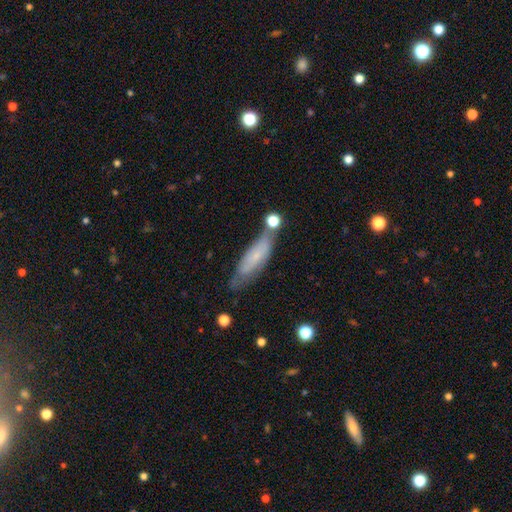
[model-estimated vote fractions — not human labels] Smooth or featured: smooth — 56% (featured or disk — 36%)
How rounded: cigar-shaped — 57% (in between — 41%)
Merging: none — 55% (minor disturbance — 25%)